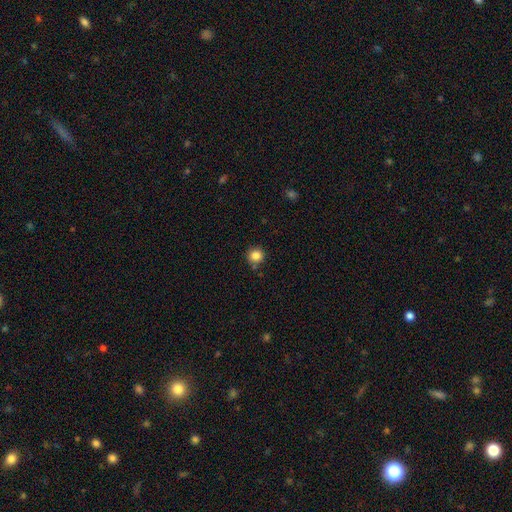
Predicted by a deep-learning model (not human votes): Smooth or featured?
  - smooth: 85% *
  - star or artifact: 11%
  - featured or disk: 4%
How rounded?
  - round: 92% *
  - in between: 7%
  - cigar-shaped: 1%
Merging?
  - none: 82% *
  - minor disturbance: 10%
  - merger: 5%
  - major disturbance: 3%